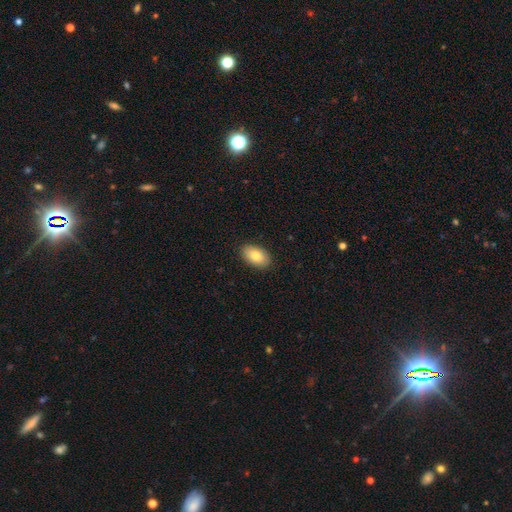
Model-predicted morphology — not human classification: This is clearly a smooth galaxy (82%). How rounded: clearly in between (94%). Merging: clearly none (89%).